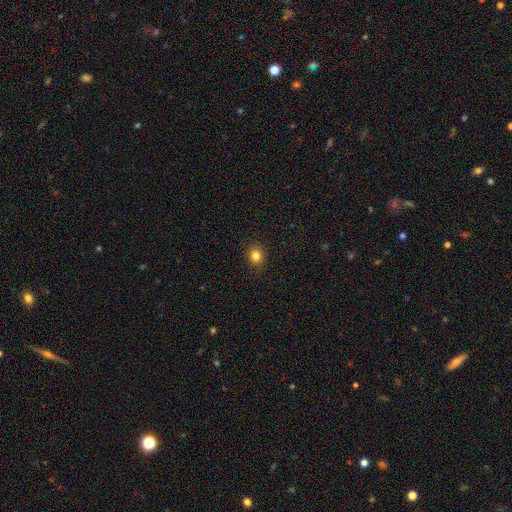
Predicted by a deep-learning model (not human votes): Smooth or featured? Predicted: smooth (p=0.82). How rounded? Predicted: round (p=0.61). Merging? Predicted: none (p=0.89).